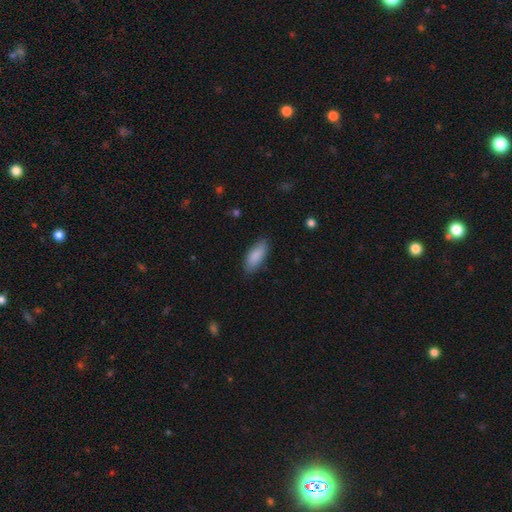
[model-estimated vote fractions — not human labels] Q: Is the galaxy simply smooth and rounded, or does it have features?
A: smooth — 88%.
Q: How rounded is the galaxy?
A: in between — 78%.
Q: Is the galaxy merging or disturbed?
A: none — 83%.